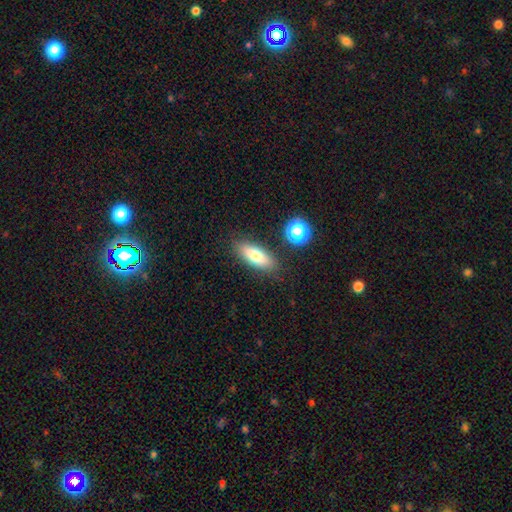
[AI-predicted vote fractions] smooth-or-featured: smooth: 73% | featured or disk: 18% | star or artifact: 8%
  how-rounded: in between: 70% | cigar-shaped: 26% | round: 4%
  merging: none: 84% | minor disturbance: 10% | merger: 3% | major disturbance: 3%